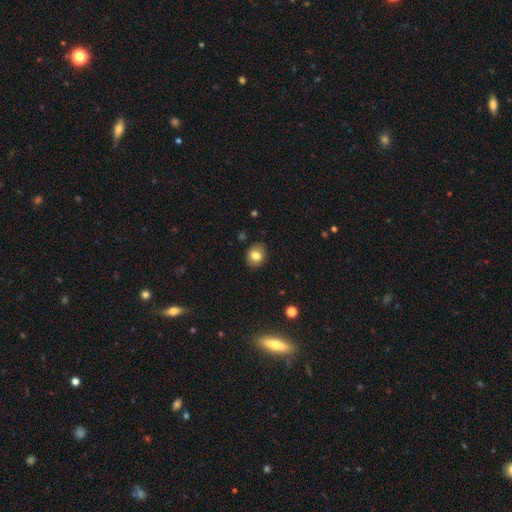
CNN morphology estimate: Smooth or featured?
  - smooth: 80% *
  - featured or disk: 10%
  - star or artifact: 10%
How rounded?
  - round: 53% *
  - in between: 46%
  - cigar-shaped: 1%
Merging?
  - none: 87% *
  - minor disturbance: 10%
  - major disturbance: 2%
  - merger: 1%